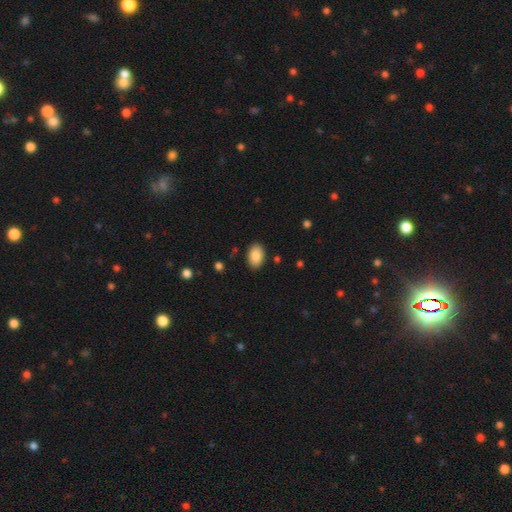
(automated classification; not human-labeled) This is clearly a smooth galaxy (88%). How rounded: clearly in between (89%). Merging: clearly none (87%).